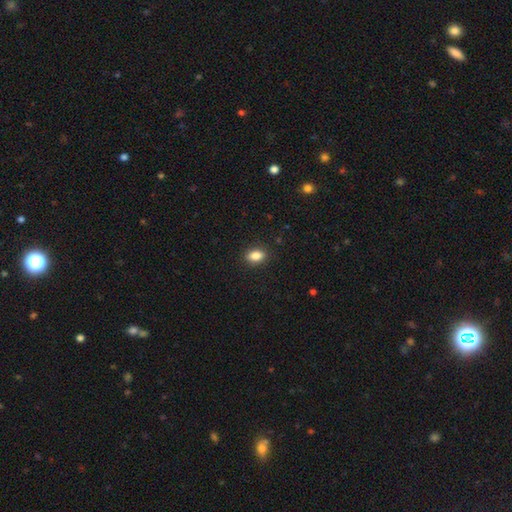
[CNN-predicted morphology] smooth-or-featured: smooth: 86% | star or artifact: 9% | featured or disk: 5%
  how-rounded: in between: 81% | round: 17% | cigar-shaped: 2%
  merging: none: 89% | minor disturbance: 8% | major disturbance: 2% | merger: 1%